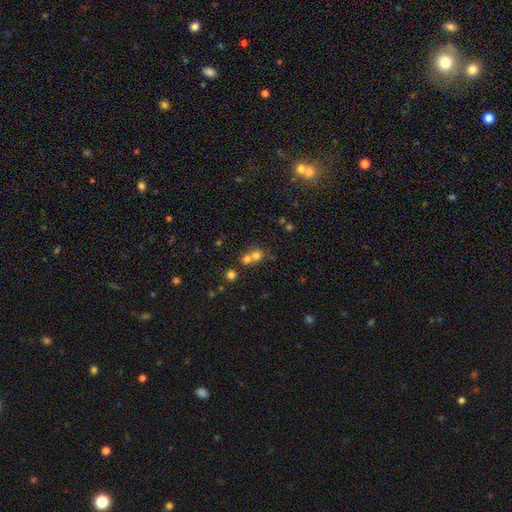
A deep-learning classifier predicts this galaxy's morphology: smooth_or_featured: smooth (p=0.69) [alt: star or artifact p=0.18]
how_rounded: round (p=0.81) [alt: in between p=0.18]
merging: merger (p=0.54) [alt: none p=0.37]